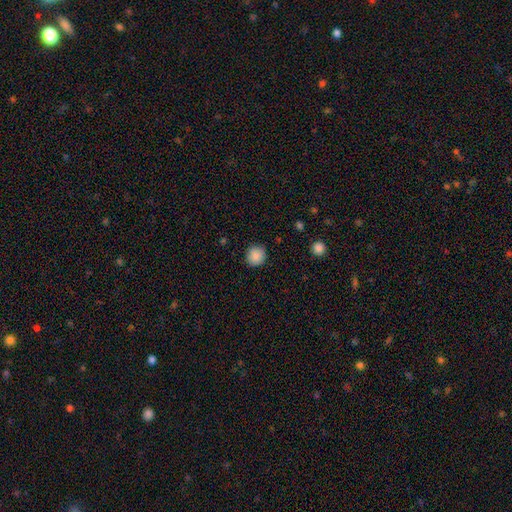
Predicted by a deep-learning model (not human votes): smooth-or-featured: smooth: 88% | star or artifact: 9% | featured or disk: 3%
  how-rounded: round: 88% | in between: 11% | cigar-shaped: 1%
  merging: none: 89% | minor disturbance: 8% | major disturbance: 2% | merger: 1%